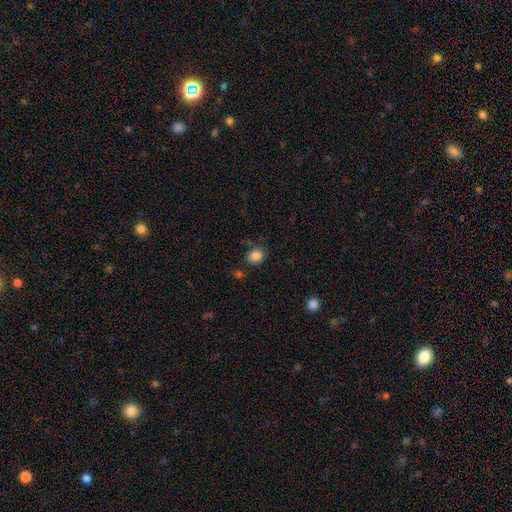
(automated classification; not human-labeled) Smooth or featured?
  - smooth: 84% *
  - star or artifact: 10%
  - featured or disk: 6%
How rounded?
  - round: 66% *
  - in between: 33%
  - cigar-shaped: 1%
Merging?
  - none: 73% *
  - minor disturbance: 18%
  - merger: 5%
  - major disturbance: 5%